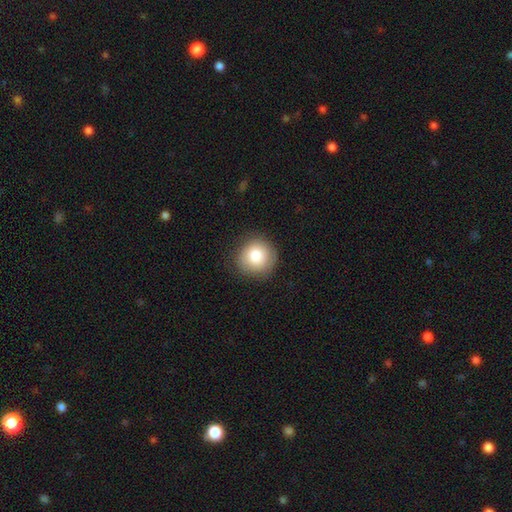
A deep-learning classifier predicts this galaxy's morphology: smooth_or_featured: smooth (p=0.82) [alt: featured or disk p=0.10]
how_rounded: round (p=0.92) [alt: in between p=0.07]
merging: none (p=0.86) [alt: minor disturbance p=0.10]